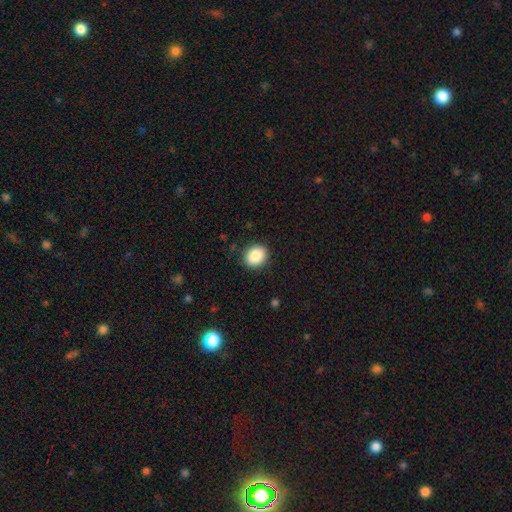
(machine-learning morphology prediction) Smooth or featured?
  - smooth: 87% *
  - star or artifact: 9%
  - featured or disk: 5%
How rounded?
  - round: 67% *
  - in between: 32%
  - cigar-shaped: 1%
Merging?
  - none: 89% *
  - minor disturbance: 8%
  - major disturbance: 2%
  - merger: 1%